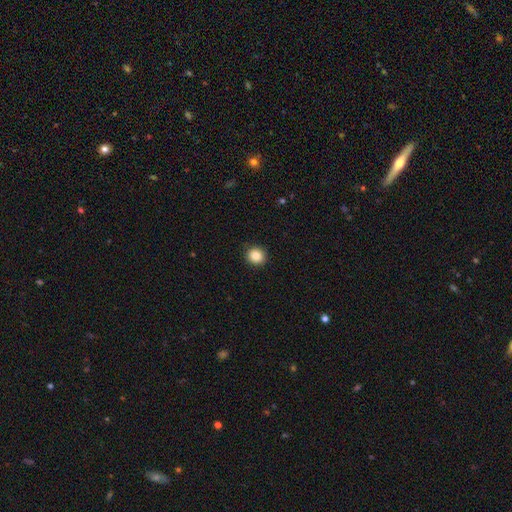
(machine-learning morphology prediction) Smooth or featured: smooth — 86% (star or artifact — 10%)
How rounded: round — 89% (in between — 10%)
Merging: none — 92% (minor disturbance — 6%)